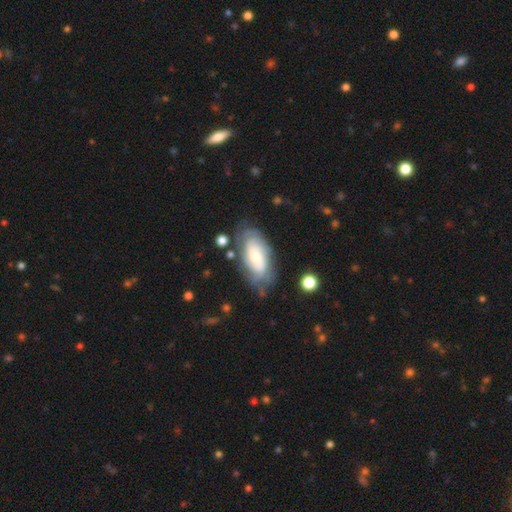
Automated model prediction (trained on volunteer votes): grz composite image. It shows a featured or disk galaxy (65%) with no bar (63%), tight (58%) spiral arms (87%) and a small central bulge (49%). Merging: none (67%).